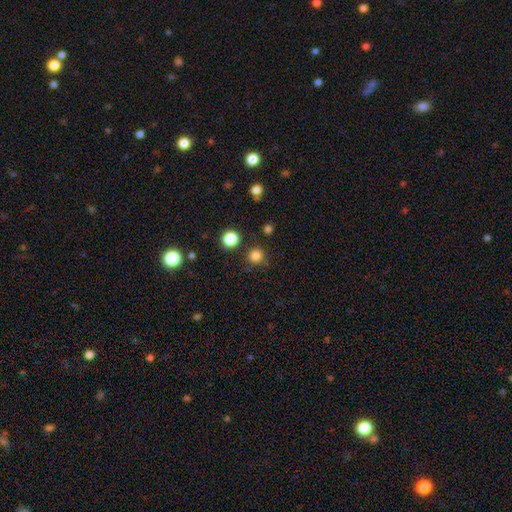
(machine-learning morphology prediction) Smooth or featured: smooth — 82% (star or artifact — 15%)
How rounded: round — 94% (in between — 5%)
Merging: none — 85% (minor disturbance — 8%)